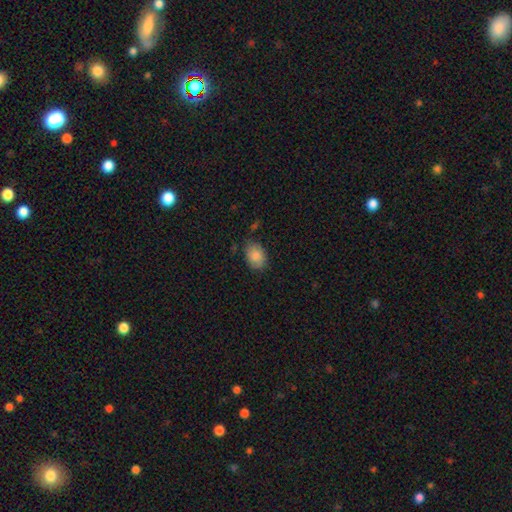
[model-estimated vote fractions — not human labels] Smooth or featured? Predicted: smooth (p=0.87). How rounded? Predicted: in between (p=0.73). Merging? Predicted: none (p=0.73).